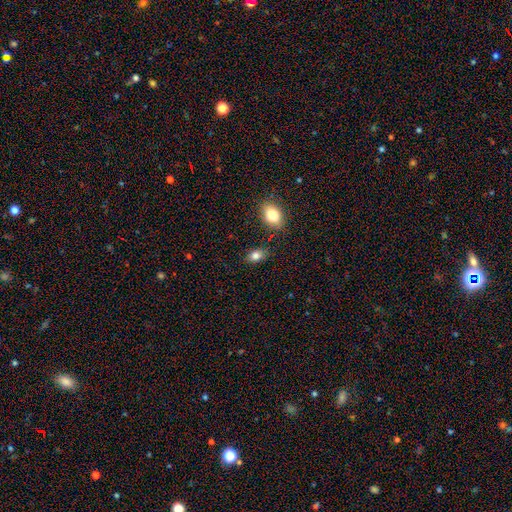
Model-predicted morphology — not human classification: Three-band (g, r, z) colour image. It shows a smooth galaxy with no disk features (83%) that is in between round and cigar-shaped (81%). Merging: none (81%).